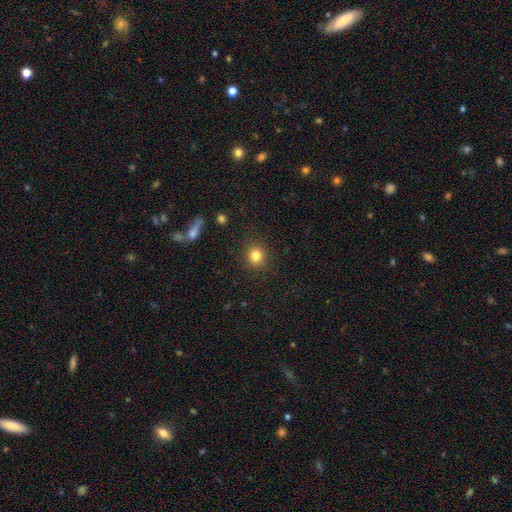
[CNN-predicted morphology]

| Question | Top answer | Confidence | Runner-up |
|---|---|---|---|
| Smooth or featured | smooth | 82% | star or artifact (12%) |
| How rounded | round | 87% | in between (12%) |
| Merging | none | 89% | minor disturbance (7%) |